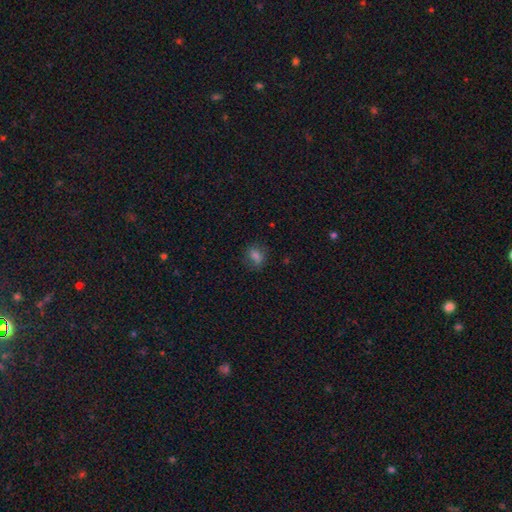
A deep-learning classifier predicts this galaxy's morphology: smooth 75%, star or artifact 16%, featured or disk 9%. Down the decision tree: how rounded — in between (54%); merging — none (76%).